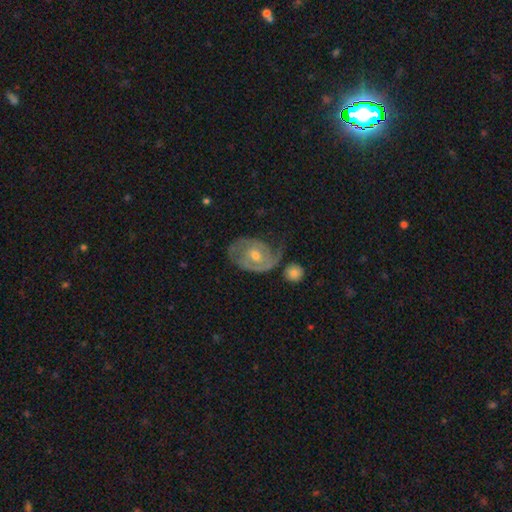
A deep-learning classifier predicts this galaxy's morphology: The model was most divided on "spiral winding": tight: 54%, medium: 33%, loose: 13%. More confident: edge-on disk — no (96%); spiral arms — yes (88%); smooth or featured — featured or disk (79%); bar — no (68%); bulge size — moderate (60%); spiral arm count — 2 (53%); merging — none (51%).